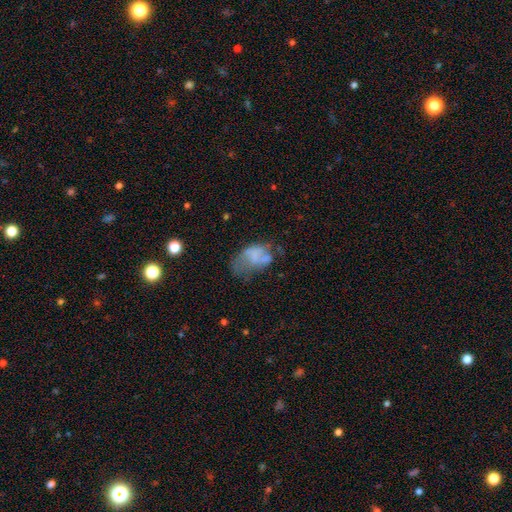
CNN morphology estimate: type=smooth (50%); merging=major disturbance (39%).